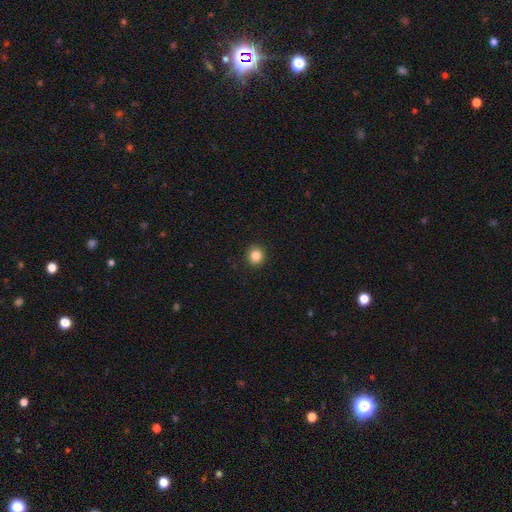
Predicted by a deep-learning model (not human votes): This is clearly a smooth galaxy (86%). How rounded: clearly round (91%). Merging: clearly none (93%).